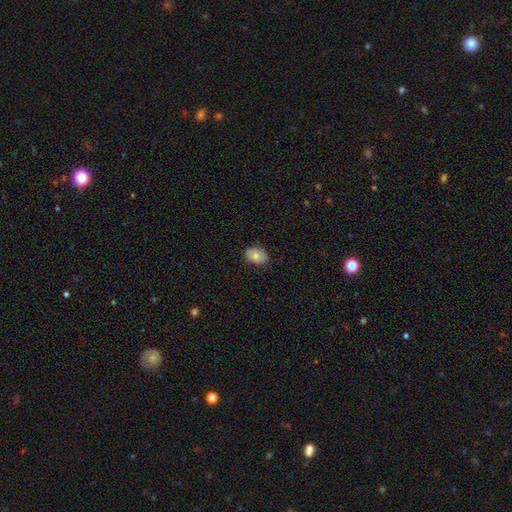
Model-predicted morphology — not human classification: smooth 78%, featured or disk 14%, star or artifact 8%. Down the decision tree: how rounded — in between (76%); merging — none (78%).